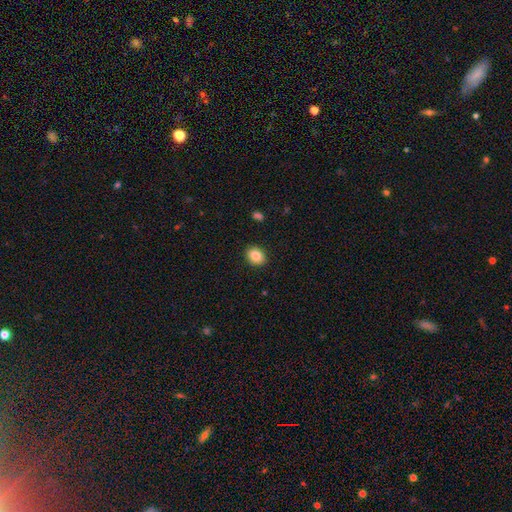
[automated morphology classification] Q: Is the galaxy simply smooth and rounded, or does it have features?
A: smooth — 87%.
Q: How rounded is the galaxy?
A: in between — 54%.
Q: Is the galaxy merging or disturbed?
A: none — 90%.